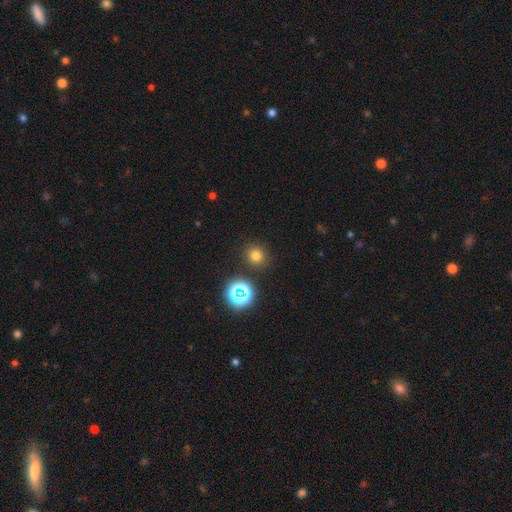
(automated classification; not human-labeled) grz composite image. It shows a smooth galaxy with no disk features (72%) that is round (88%). Merging: none (88%).